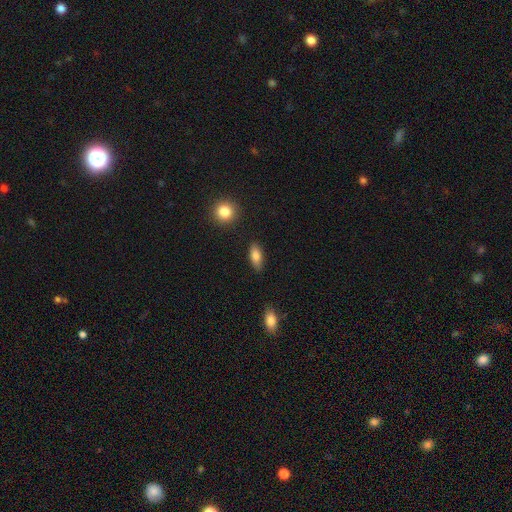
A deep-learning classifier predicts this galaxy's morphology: A smooth galaxy with no disk features (84%) that is in between round and cigar-shaped (84%). Merging: none (84%).